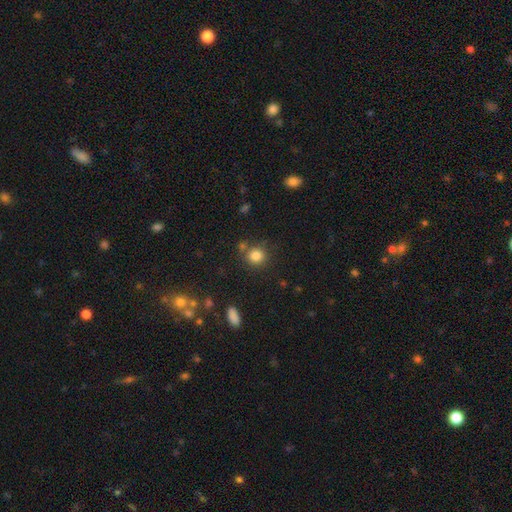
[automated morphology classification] This is clearly a smooth galaxy (83%). How rounded: clearly round (88%). Merging: likely none (75%).